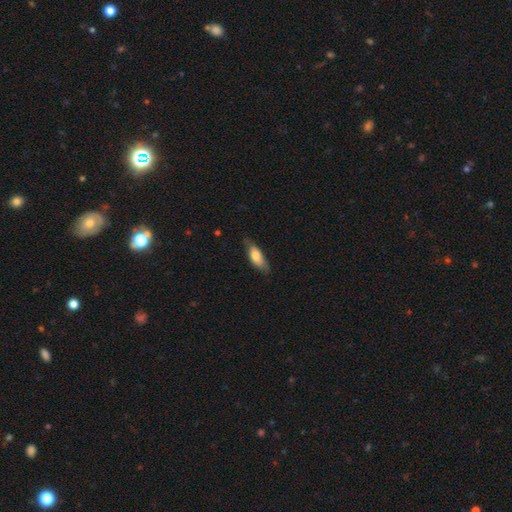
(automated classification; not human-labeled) Smooth or featured? smooth (72%)
How rounded? in between (72%)
Merging? none (68%)